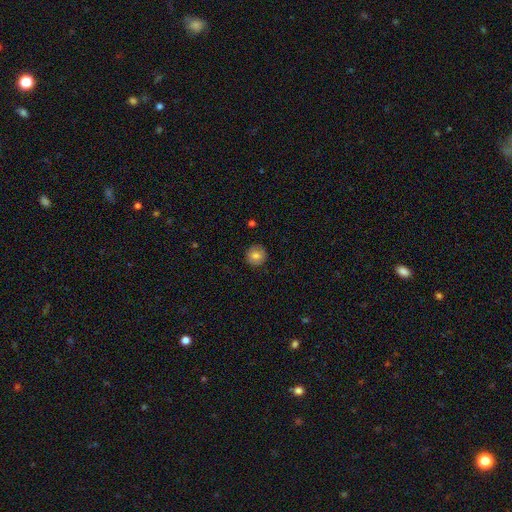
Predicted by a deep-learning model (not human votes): Overall: smooth (78%). How rounded: round (94%). Merging: none (89%).